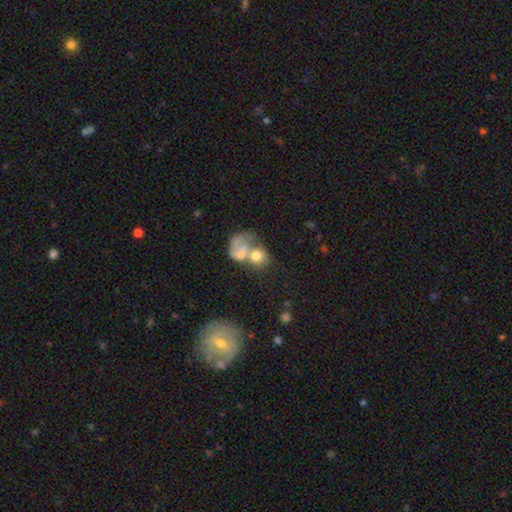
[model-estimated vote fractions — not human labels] Morphology: type=smooth (59%); roundness=round (56%); merging=merger (67%).